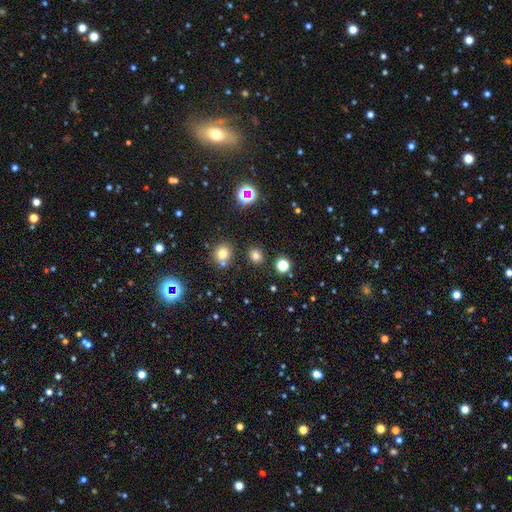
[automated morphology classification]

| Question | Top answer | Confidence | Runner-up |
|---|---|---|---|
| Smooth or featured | smooth | 73% | star or artifact (21%) |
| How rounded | round | 65% | in between (33%) |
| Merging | none | 83% | minor disturbance (8%) |